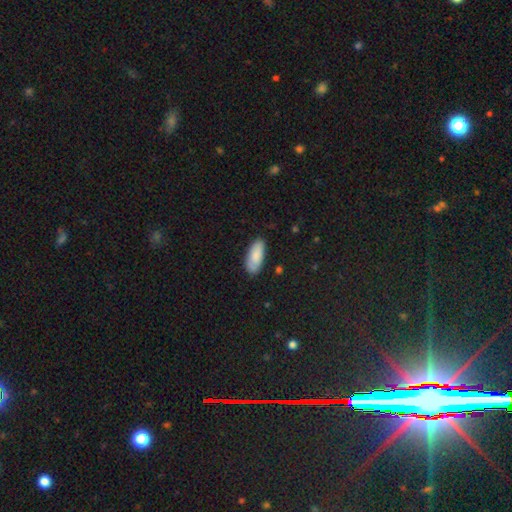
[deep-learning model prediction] smooth-or-featured: smooth: 87% | featured or disk: 7% | star or artifact: 6%
  how-rounded: in between: 84% | cigar-shaped: 15% | round: 2%
  merging: none: 84% | minor disturbance: 13% | major disturbance: 2% | merger: 1%